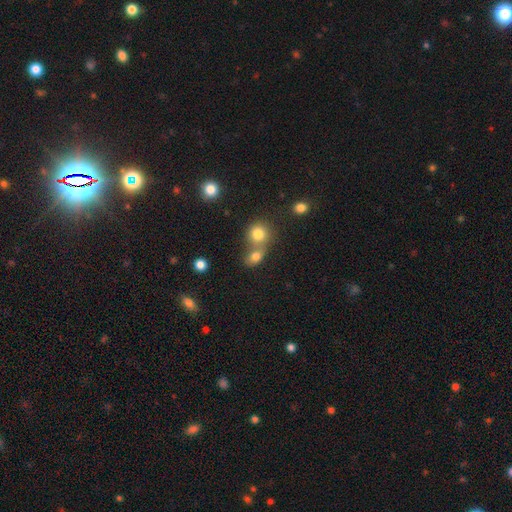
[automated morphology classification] Smooth or featured? Predicted: smooth (p=0.73). How rounded? Predicted: round (p=0.71). Merging? Predicted: merger (p=0.48).